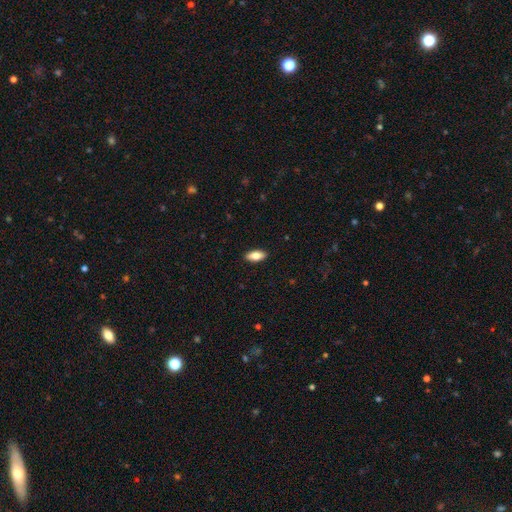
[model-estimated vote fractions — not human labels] Smooth or featured?
  - smooth: 76% *
  - featured or disk: 17%
  - star or artifact: 6%
How rounded?
  - in between: 85% *
  - cigar-shaped: 12%
  - round: 3%
Merging?
  - none: 90% *
  - minor disturbance: 7%
  - major disturbance: 2%
  - merger: 1%